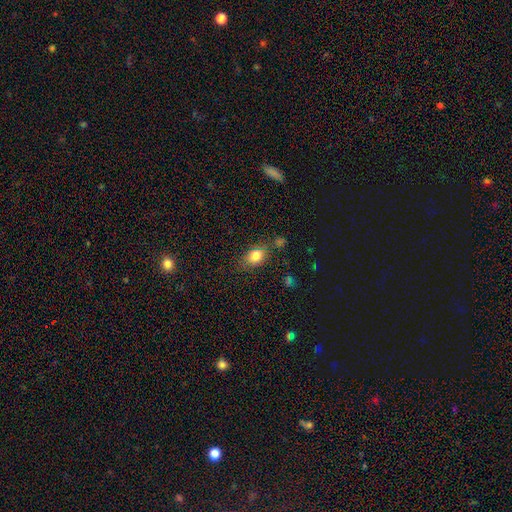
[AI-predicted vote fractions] smooth 80%, star or artifact 11%, featured or disk 9%. Down the decision tree: how rounded — in between (64%); merging — none (73%).